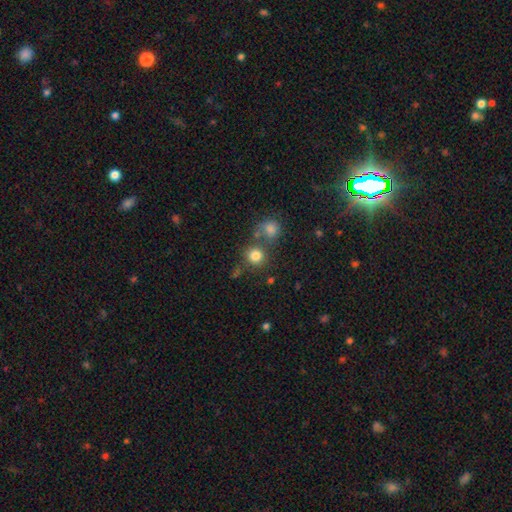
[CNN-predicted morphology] Smooth or featured? Predicted: smooth (p=0.80). How rounded? Predicted: round (p=0.90). Merging? Predicted: none (p=0.69).